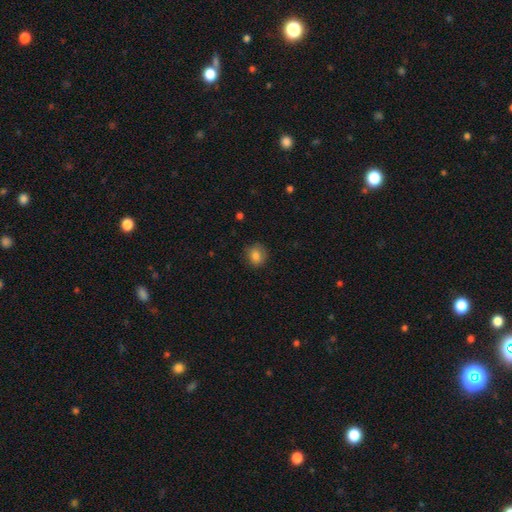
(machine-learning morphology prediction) Q: Smooth or featured?
A: smooth (83%); runner-up: star or artifact (10%)
Q: How rounded?
A: round (75%); runner-up: in between (24%)
Q: Merging?
A: none (84%); runner-up: minor disturbance (12%)